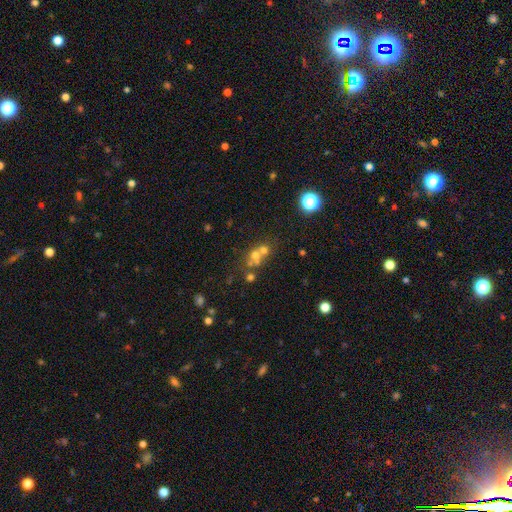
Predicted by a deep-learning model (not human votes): smooth 54%, featured or disk 24%, star or artifact 22%. Down the decision tree: how rounded — round (78%); merging — merger (52%).